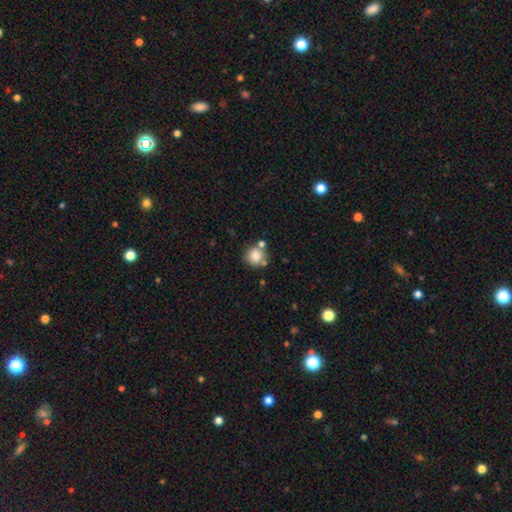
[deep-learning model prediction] Overall: smooth (81%). How rounded: round (89%). Merging: none (65%).